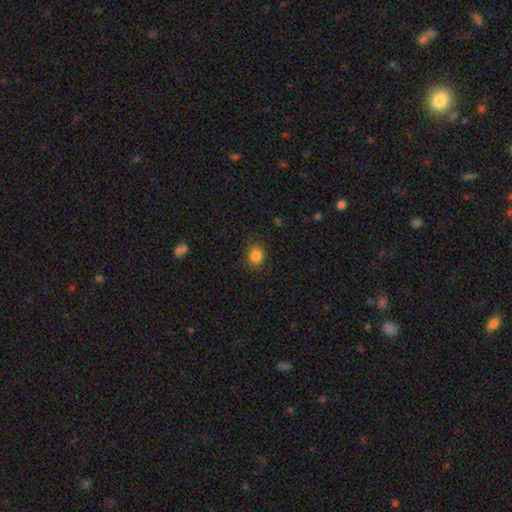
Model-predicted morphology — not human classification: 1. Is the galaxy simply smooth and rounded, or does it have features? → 85% smooth, 10% star or artifact, 5% featured or disk.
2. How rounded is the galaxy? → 72% round, 27% in between, 1% cigar-shaped.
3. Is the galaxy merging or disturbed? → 83% none, 12% minor disturbance, 3% major disturbance, 1% merger.